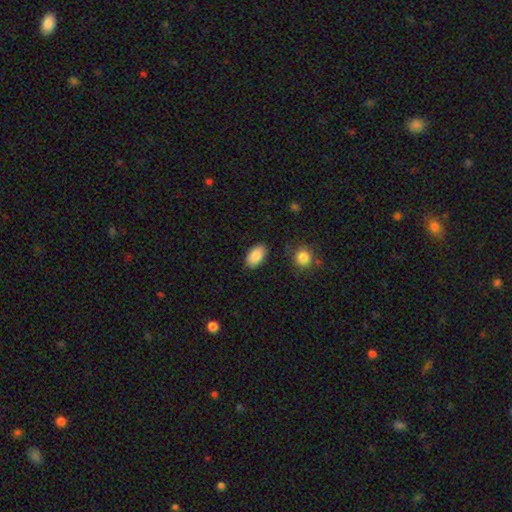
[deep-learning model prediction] Morphology: type=smooth (89%); roundness=in between (94%); merging=none (85%).